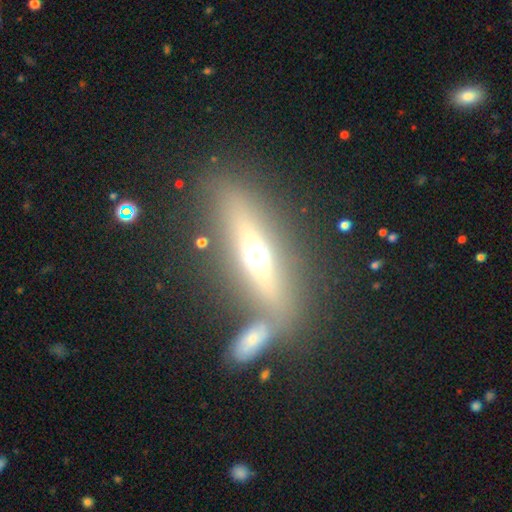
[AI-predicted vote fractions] Smooth or featured: featured or disk — 50% (smooth — 38%)
Edge-on disk: yes — 77% (no — 23%)
Merging: none — 61% (merger — 23%)